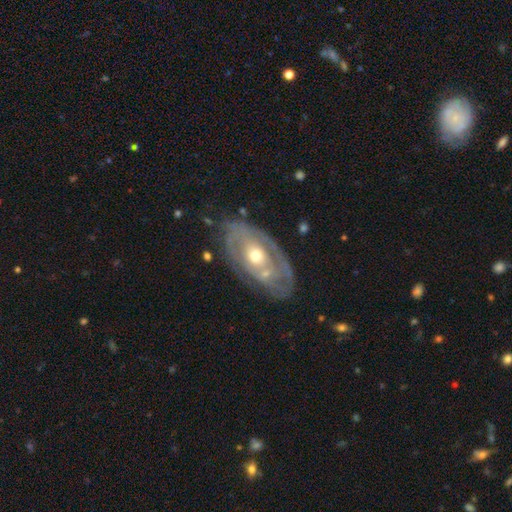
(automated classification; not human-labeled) A featured or disk galaxy (76%) with no bar (74%), spiral arms (60%) and a moderate central bulge (70%). Merging: none (72%).